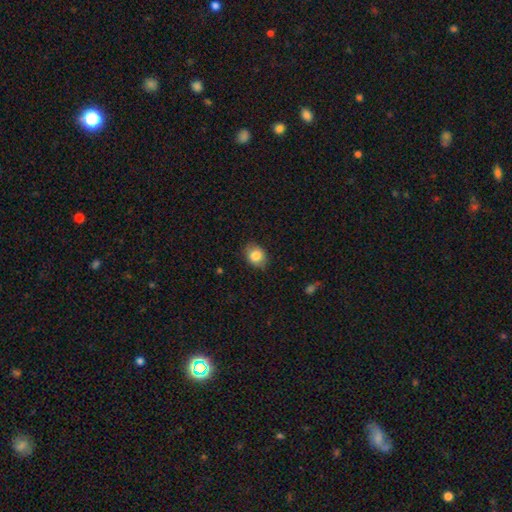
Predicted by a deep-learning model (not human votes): Smooth or featured? smooth (82%)
How rounded? in between (55%)
Merging? none (79%)